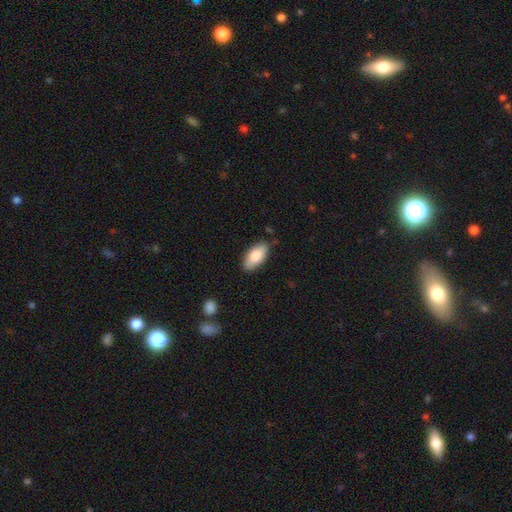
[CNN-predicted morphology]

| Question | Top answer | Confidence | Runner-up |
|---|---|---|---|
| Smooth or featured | smooth | 84% | featured or disk (10%) |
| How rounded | in between | 90% | cigar-shaped (8%) |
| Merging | none | 82% | minor disturbance (14%) |